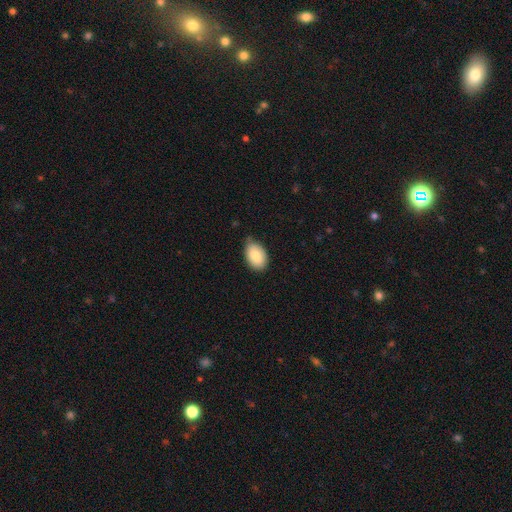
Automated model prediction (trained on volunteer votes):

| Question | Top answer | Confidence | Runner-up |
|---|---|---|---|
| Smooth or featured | smooth | 85% | featured or disk (9%) |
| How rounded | in between | 90% | round (9%) |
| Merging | none | 70% | minor disturbance (26%) |